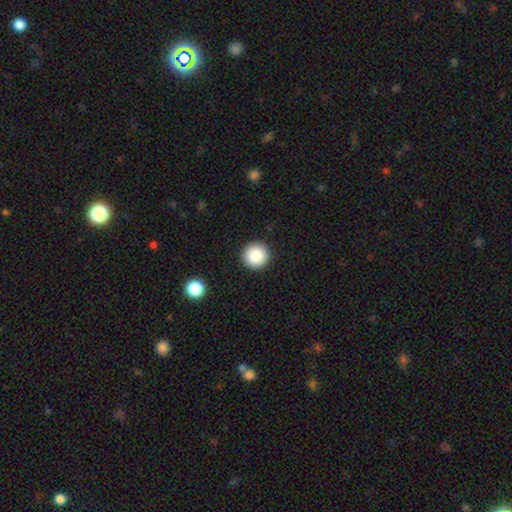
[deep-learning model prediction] Smooth or featured?
  - smooth: 85% *
  - star or artifact: 9%
  - featured or disk: 6%
How rounded?
  - round: 96% *
  - in between: 3%
  - cigar-shaped: 1%
Merging?
  - none: 93% *
  - minor disturbance: 5%
  - major disturbance: 2%
  - merger: 1%